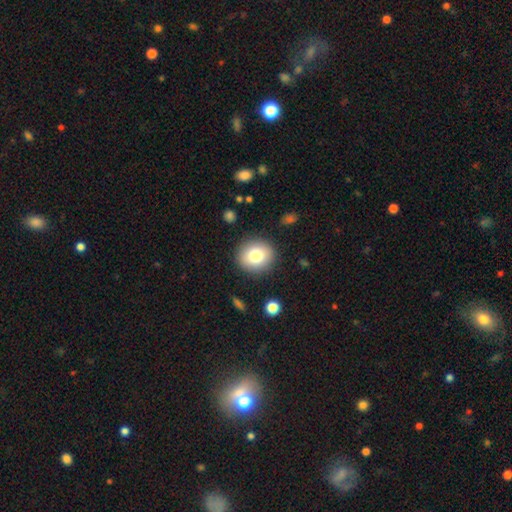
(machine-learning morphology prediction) Smooth or featured?
  - smooth: 79% *
  - featured or disk: 11%
  - star or artifact: 9%
How rounded?
  - round: 84% *
  - in between: 15%
  - cigar-shaped: 1%
Merging?
  - none: 89% *
  - minor disturbance: 7%
  - major disturbance: 2%
  - merger: 1%